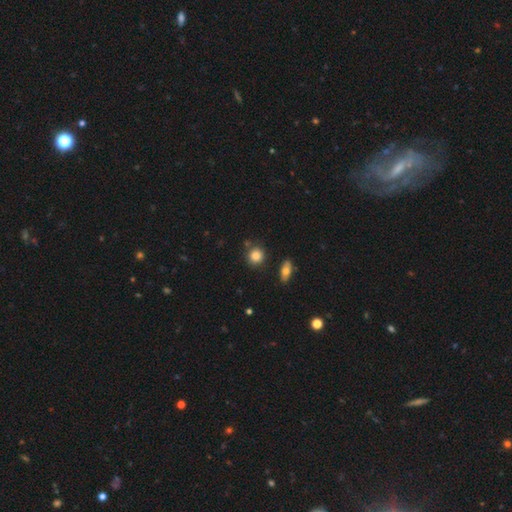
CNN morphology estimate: This is clearly a smooth galaxy (84%). How rounded: clearly round (83%). Merging: likely none (79%).